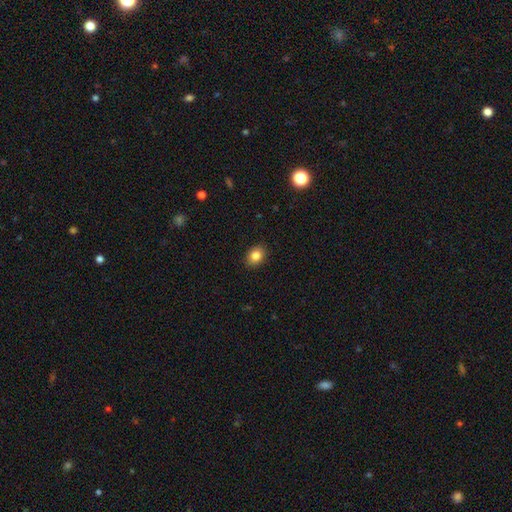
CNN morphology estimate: The model was most divided on "how rounded": in between: 59%, round: 40%, cigar-shaped: 1%. More confident: merging — none (89%); smooth or featured — smooth (84%).